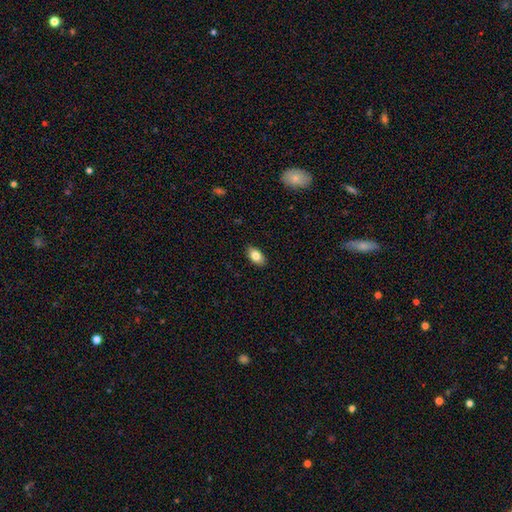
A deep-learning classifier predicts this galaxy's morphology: A smooth galaxy with no disk features (82%) that is in between round and cigar-shaped (91%). Merging: none (89%).